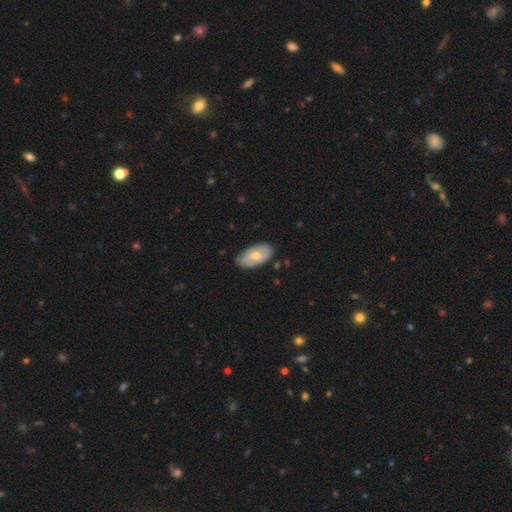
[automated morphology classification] smooth_or_featured: smooth (p=0.61) [alt: featured or disk p=0.34]
how_rounded: in between (p=0.94) [alt: round p=0.04]
merging: none (p=0.79) [alt: minor disturbance p=0.17]